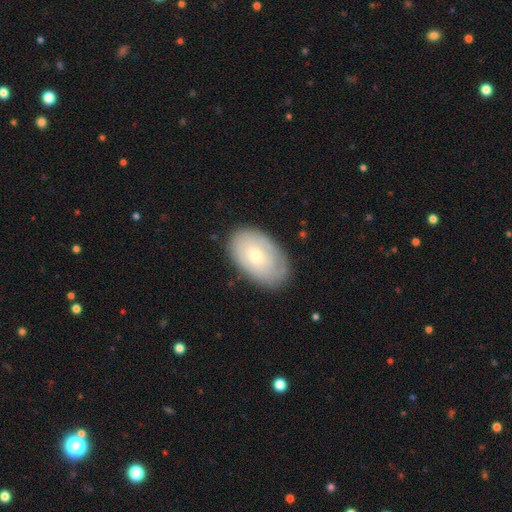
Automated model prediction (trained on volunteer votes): A smooth galaxy with no disk features (56%) that is in between round and cigar-shaped (91%). Merging: none (79%).